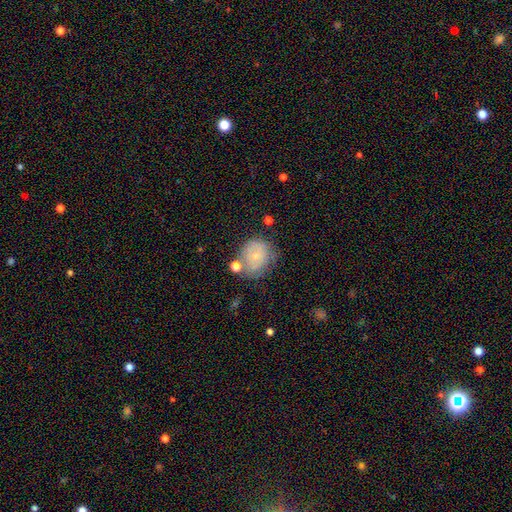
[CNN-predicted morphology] Overall: smooth (57%; featured or disk 33%). How rounded: round (70%). Merging: none (53%; minor disturbance 26%).